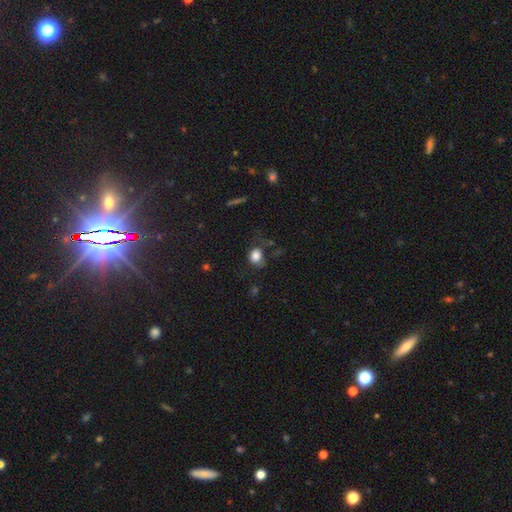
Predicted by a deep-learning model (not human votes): smooth 81%, star or artifact 10%, featured or disk 9%. Down the decision tree: how rounded — round (56%); merging — none (50%).